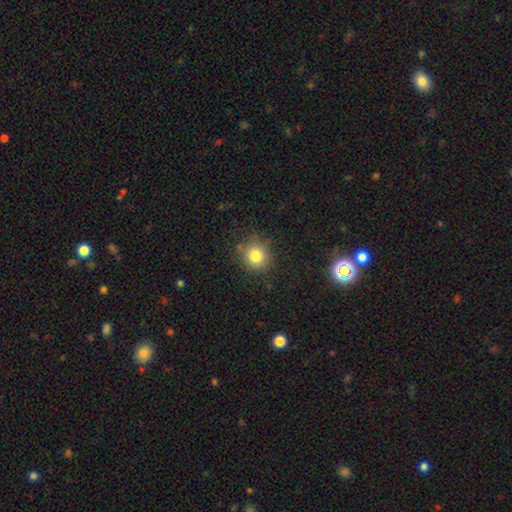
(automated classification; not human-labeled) Smooth or featured: smooth — 80% (star or artifact — 13%)
How rounded: round — 89% (in between — 10%)
Merging: none — 83% (minor disturbance — 11%)